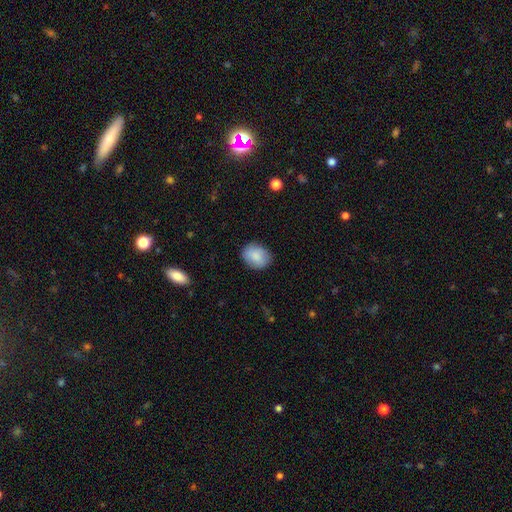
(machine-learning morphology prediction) A smooth galaxy with no disk features (86%) that is in between round and cigar-shaped (64%). Merging: none (85%).